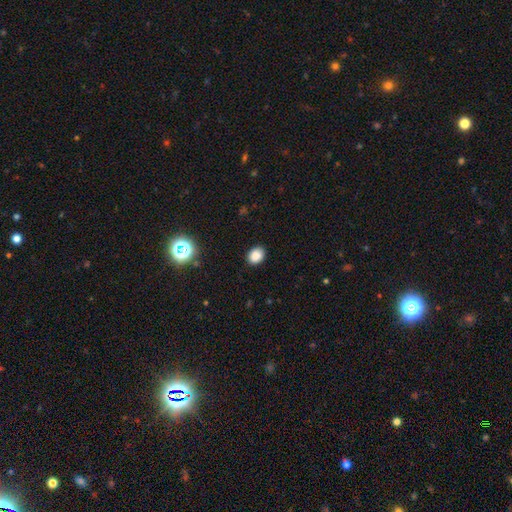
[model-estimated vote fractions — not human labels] Smooth or featured? Predicted: smooth (p=0.86). How rounded? Predicted: in between (p=0.53). Merging? Predicted: none (p=0.88).